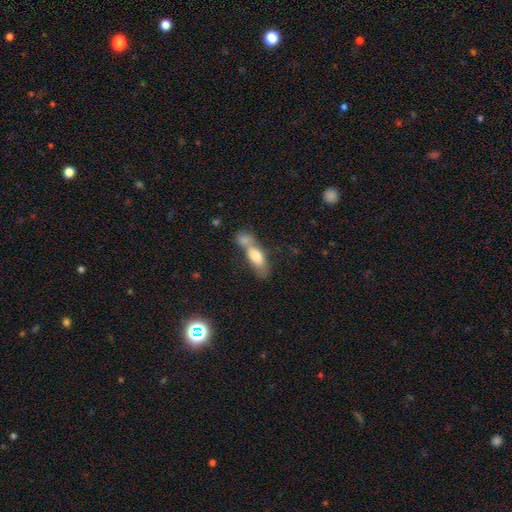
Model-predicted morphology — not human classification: Smooth or featured: smooth — 72% (featured or disk — 21%)
How rounded: in between — 69% (cigar-shaped — 26%)
Merging: merger — 55% (none — 27%)